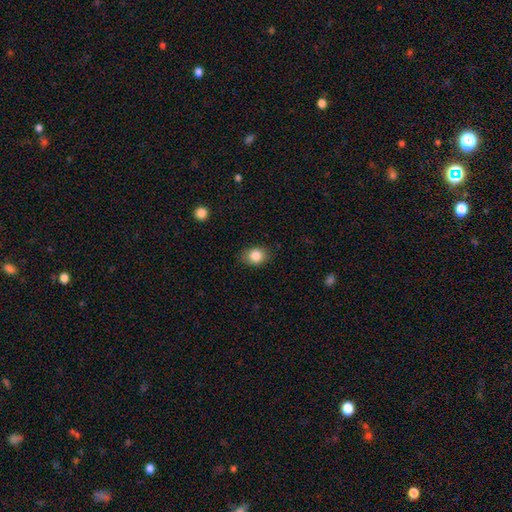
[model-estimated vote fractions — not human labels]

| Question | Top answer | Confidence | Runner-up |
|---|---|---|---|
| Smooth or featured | smooth | 85% | star or artifact (9%) |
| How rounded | in between | 58% | round (41%) |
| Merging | none | 82% | minor disturbance (13%) |